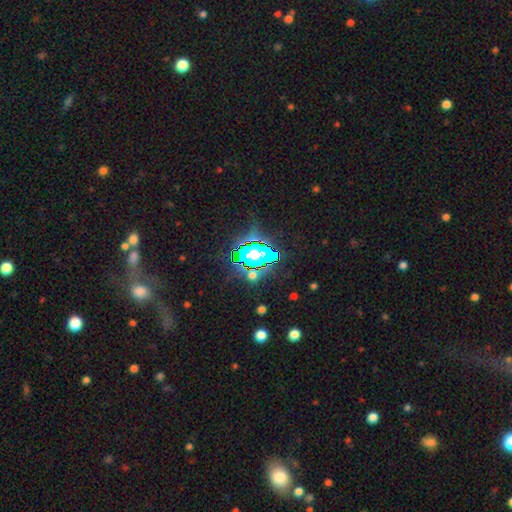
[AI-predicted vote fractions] star or artifact 61%, smooth 24%, featured or disk 15%.